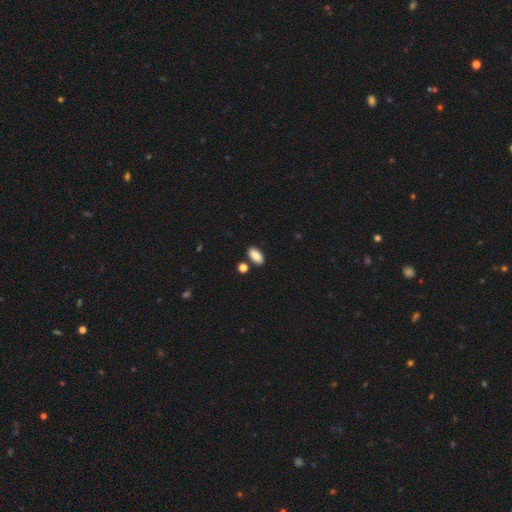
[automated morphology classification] smooth_or_featured: smooth (p=0.87) [alt: star or artifact p=0.08]
how_rounded: in between (p=0.90) [alt: cigar-shaped p=0.06]
merging: none (p=0.83) [alt: minor disturbance p=0.09]